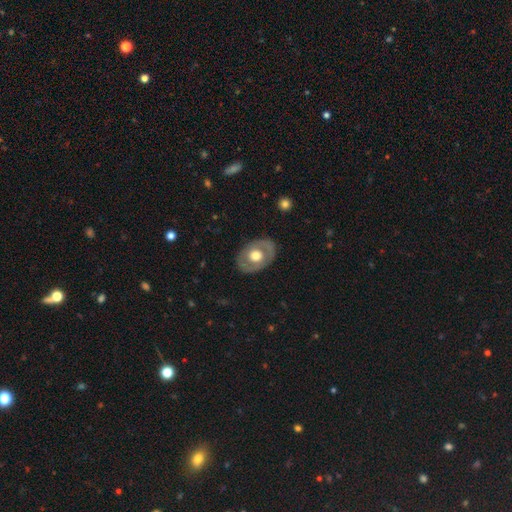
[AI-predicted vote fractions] This appears to be a featured or disk galaxy (51%). Merging: none (83%).